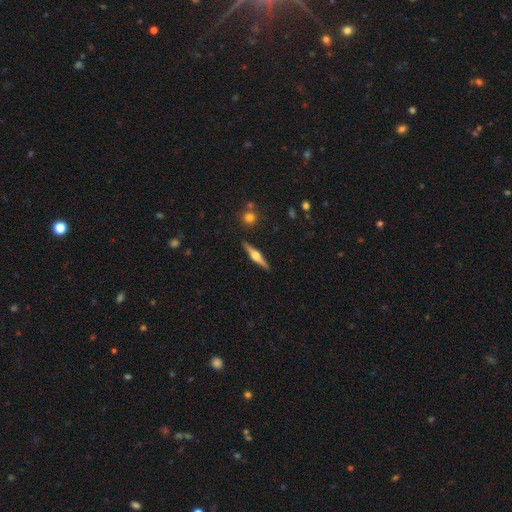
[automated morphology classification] Smooth or featured: featured or disk — 74% (smooth — 21%)
Edge-on disk: yes — 98% (no — 2%)
Edge-on bulge: rounded — 92% (boxy — 6%)
Merging: none — 90% (minor disturbance — 7%)